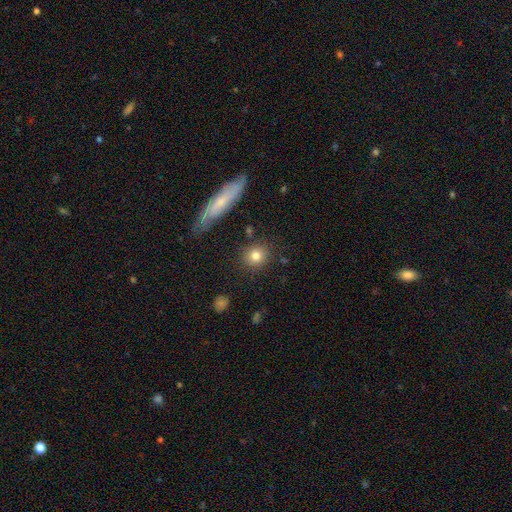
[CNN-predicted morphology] A smooth galaxy with no disk features (81%) that is round (85%). Merging: none (85%).